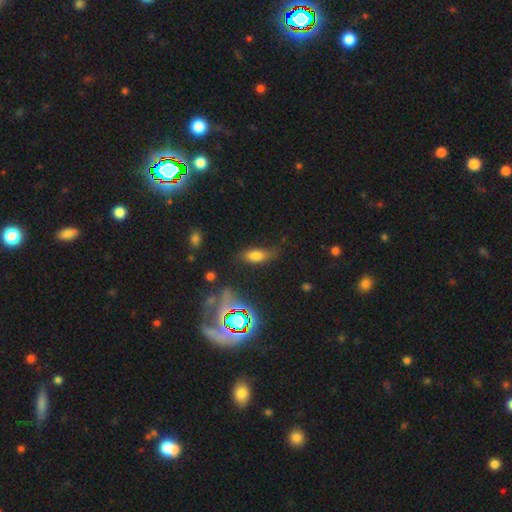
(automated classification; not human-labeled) Overall: smooth (68%). How rounded: in between (79%). Merging: none (61%; minor disturbance 25%).